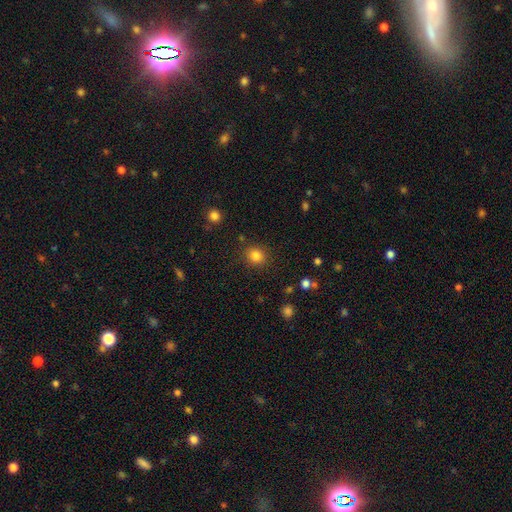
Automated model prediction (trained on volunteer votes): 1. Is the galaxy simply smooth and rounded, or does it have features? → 84% smooth, 12% star or artifact, 5% featured or disk.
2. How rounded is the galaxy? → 80% round, 19% in between, 1% cigar-shaped.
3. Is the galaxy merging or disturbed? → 87% none, 8% minor disturbance, 3% major disturbance, 2% merger.